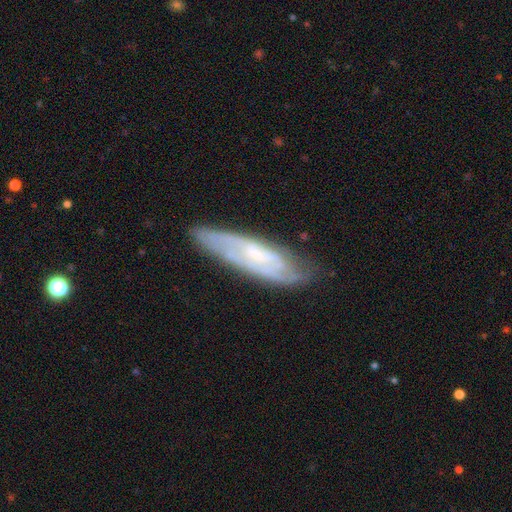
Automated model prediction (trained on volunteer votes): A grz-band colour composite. It shows a featured or disk galaxy (67%). Merging: none (69%).